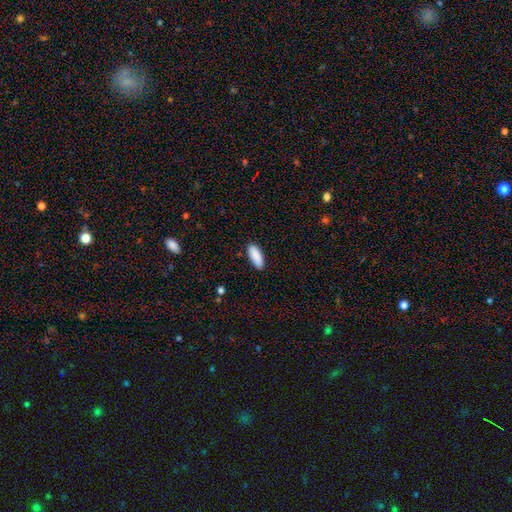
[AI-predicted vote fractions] Smooth or featured?
  - smooth: 90% *
  - star or artifact: 6%
  - featured or disk: 4%
How rounded?
  - in between: 76% *
  - cigar-shaped: 23%
  - round: 2%
Merging?
  - none: 89% *
  - minor disturbance: 9%
  - major disturbance: 2%
  - merger: 1%